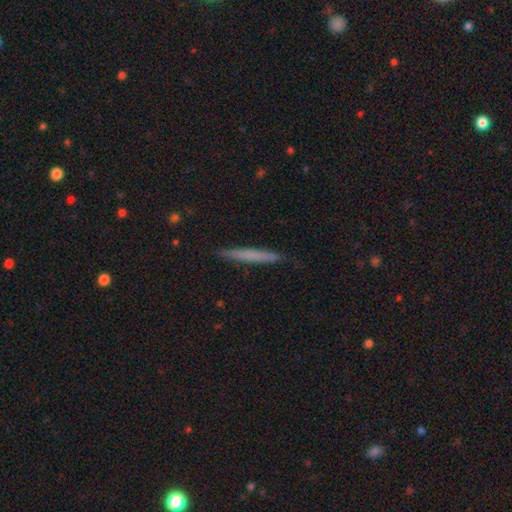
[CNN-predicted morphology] This appears to be a smooth galaxy with no disk features (63%) that is cigar-shaped (97%). Merging: none (89%).